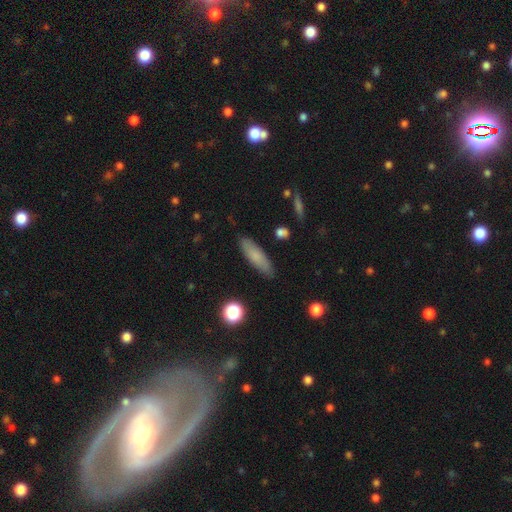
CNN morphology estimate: A smooth galaxy with no disk features (77%) that is cigar-shaped (61%). Merging: none (86%).